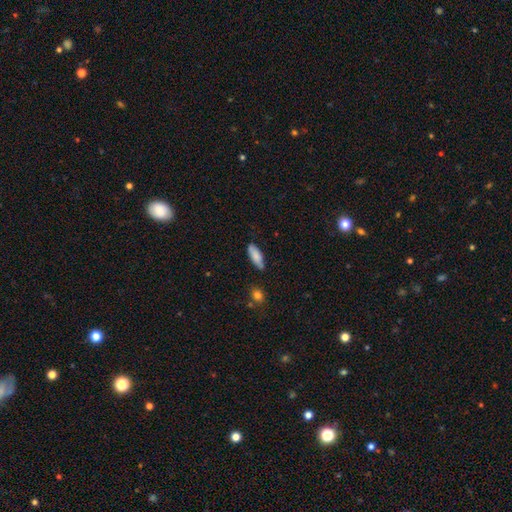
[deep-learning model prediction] smooth-or-featured: smooth: 82% | featured or disk: 11% | star or artifact: 6%
  how-rounded: in between: 67% | cigar-shaped: 31% | round: 2%
  merging: none: 76% | minor disturbance: 18% | major disturbance: 3% | merger: 2%